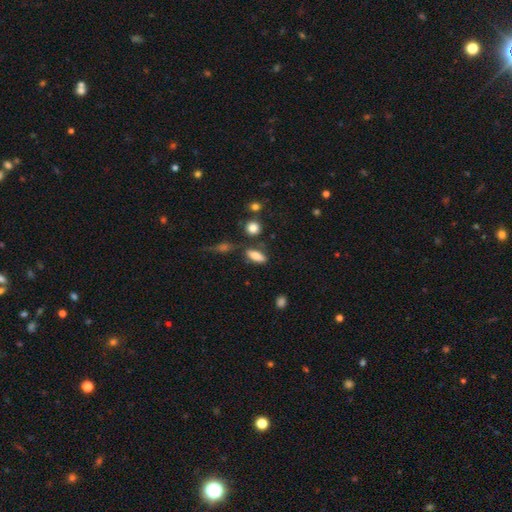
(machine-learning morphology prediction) smooth 79%, featured or disk 13%, star or artifact 9%. Down the decision tree: how rounded — in between (74%); merging — none (73%).